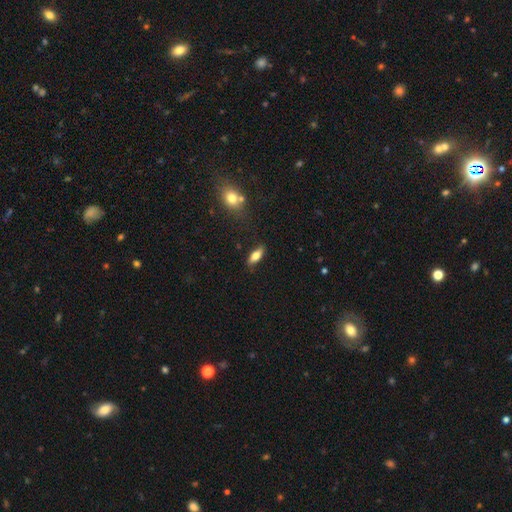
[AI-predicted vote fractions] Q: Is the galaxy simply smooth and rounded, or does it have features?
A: smooth — 74%.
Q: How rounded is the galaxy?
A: in between — 73%.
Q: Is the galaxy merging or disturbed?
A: none — 82%.